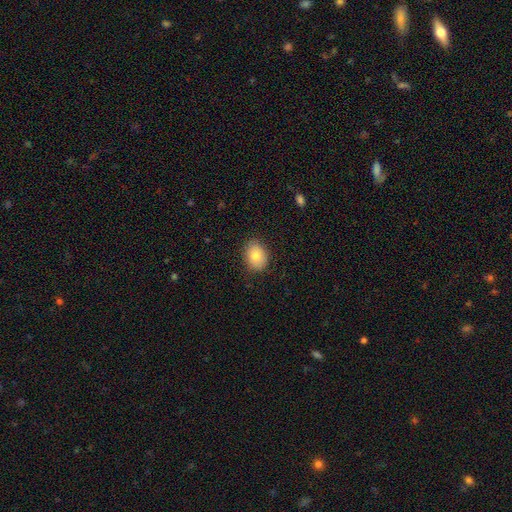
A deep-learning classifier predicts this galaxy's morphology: Smooth or featured? Predicted: smooth (p=0.80). How rounded? Predicted: in between (p=0.61). Merging? Predicted: none (p=0.86).